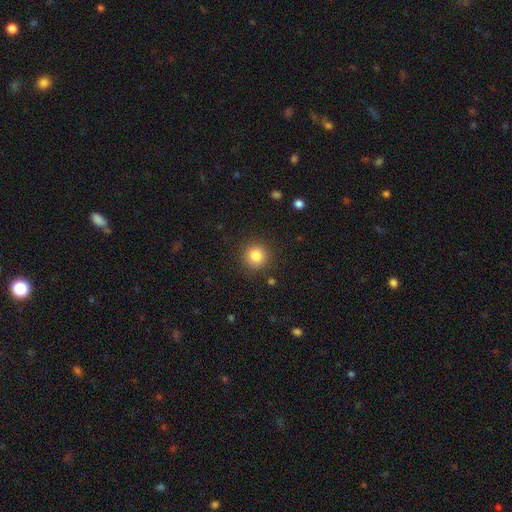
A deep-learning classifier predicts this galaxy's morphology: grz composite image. It shows a smooth galaxy with no disk features (83%) that is round (94%). Merging: none (89%).